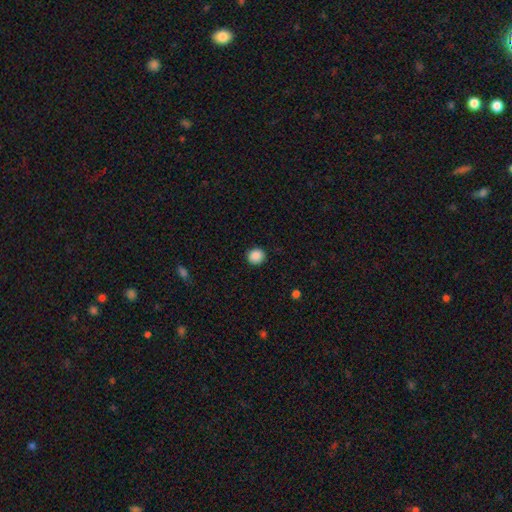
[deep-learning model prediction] This appears to be a smooth galaxy with no disk features (89%) that is round (84%). Merging: none (91%).